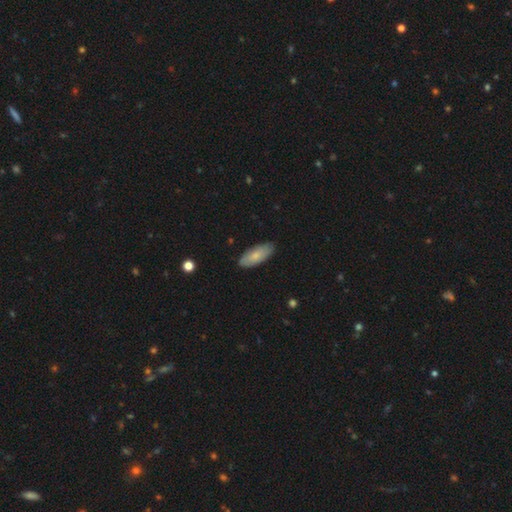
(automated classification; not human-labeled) Smooth or featured?
  - smooth: 76% *
  - featured or disk: 19%
  - star or artifact: 5%
How rounded?
  - in between: 84% *
  - cigar-shaped: 15%
  - round: 2%
Merging?
  - none: 83% *
  - minor disturbance: 14%
  - major disturbance: 2%
  - merger: 1%